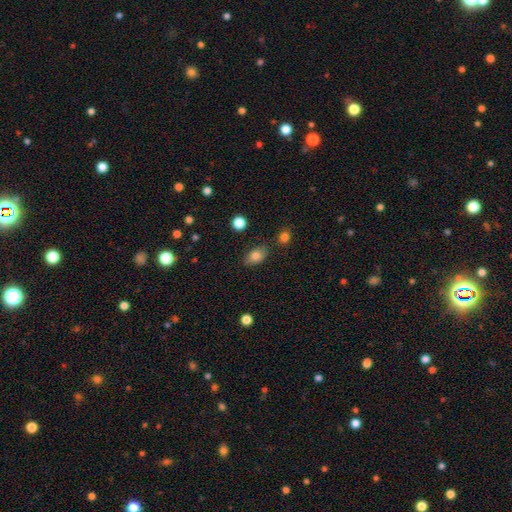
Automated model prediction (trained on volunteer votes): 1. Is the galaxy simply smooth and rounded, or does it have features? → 81% smooth, 9% star or artifact, 9% featured or disk.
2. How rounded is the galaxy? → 83% in between, 15% round, 2% cigar-shaped.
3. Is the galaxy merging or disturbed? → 79% none, 14% minor disturbance, 4% merger, 3% major disturbance.